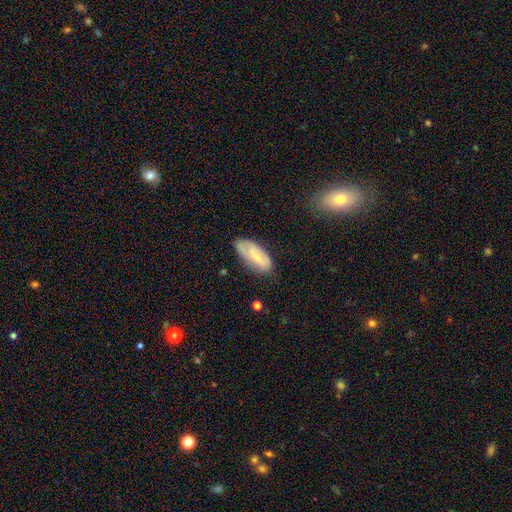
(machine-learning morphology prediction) smooth-or-featured: smooth: 61% | featured or disk: 32% | star or artifact: 7%
  how-rounded: in between: 82% | cigar-shaped: 16% | round: 2%
  merging: none: 71% | minor disturbance: 22% | major disturbance: 5% | merger: 2%